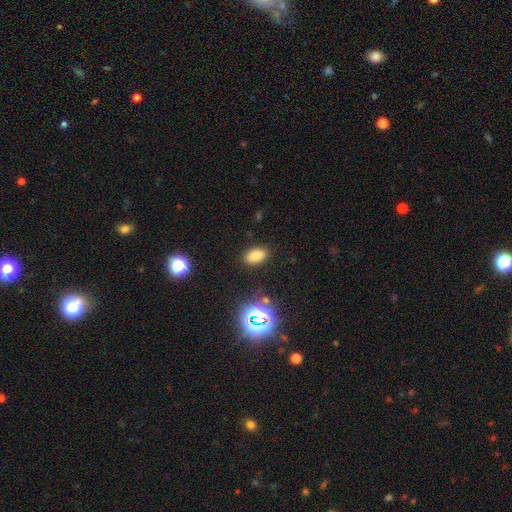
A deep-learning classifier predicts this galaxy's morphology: type=smooth (79%); roundness=in between (90%); merging=none (87%).